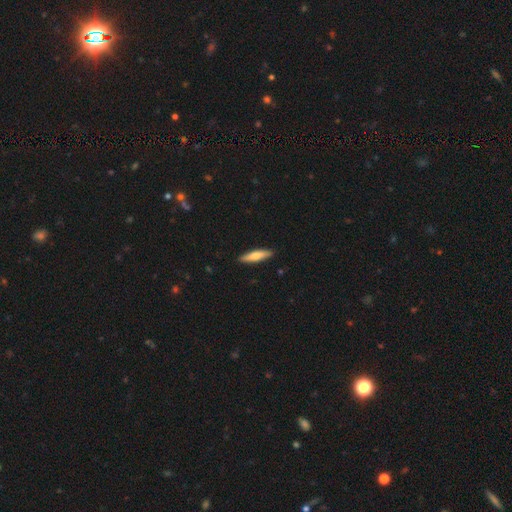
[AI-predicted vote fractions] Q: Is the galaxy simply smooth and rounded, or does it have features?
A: smooth — 65%.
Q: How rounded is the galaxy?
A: cigar-shaped — 78%.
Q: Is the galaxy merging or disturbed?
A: none — 90%.